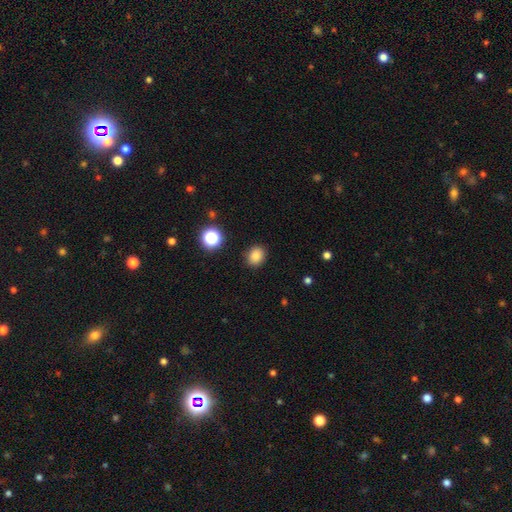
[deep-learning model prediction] The model was most divided on "how rounded": round: 57%, in between: 42%, cigar-shaped: 1%. More confident: merging — none (89%); smooth or featured — smooth (84%).